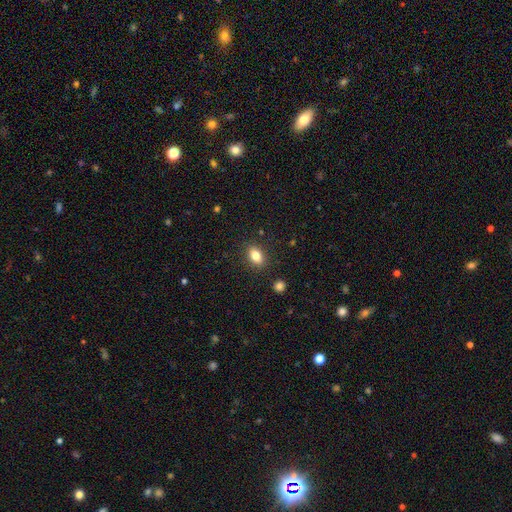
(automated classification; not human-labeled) Smooth or featured?
  - smooth: 83% *
  - star or artifact: 9%
  - featured or disk: 8%
How rounded?
  - in between: 84% *
  - round: 13%
  - cigar-shaped: 3%
Merging?
  - none: 87% *
  - minor disturbance: 9%
  - major disturbance: 2%
  - merger: 2%